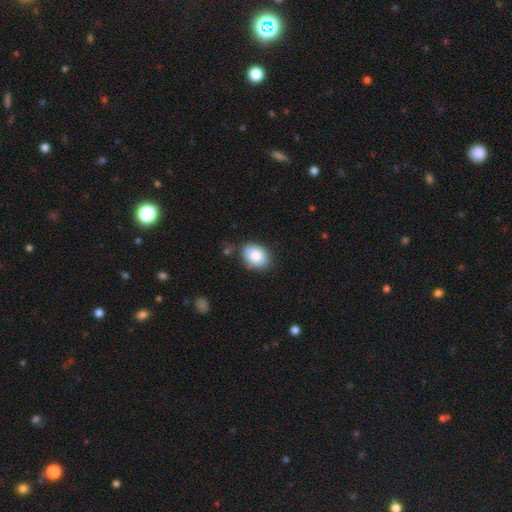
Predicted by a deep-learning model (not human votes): Q: Smooth or featured?
A: smooth (84%); runner-up: featured or disk (9%)
Q: How rounded?
A: in between (78%); runner-up: round (21%)
Q: Merging?
A: none (80%); runner-up: minor disturbance (15%)